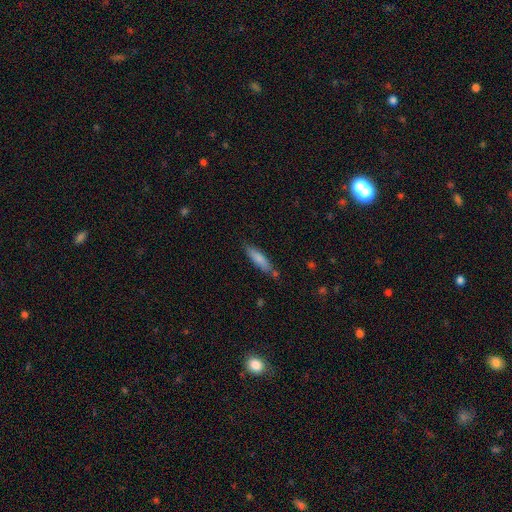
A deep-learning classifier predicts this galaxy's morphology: This is likely a smooth galaxy (77%). How rounded: likely cigar-shaped (76%). Merging: likely none (78%).